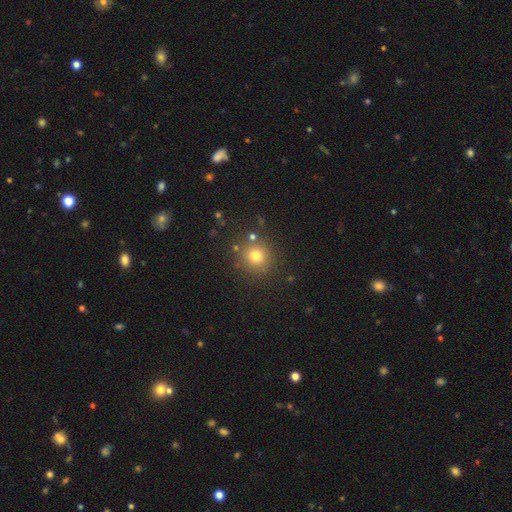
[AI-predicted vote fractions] A smooth galaxy with no disk features (76%) that is round (89%).

Vote fractions:
- Smooth or featured? smooth: 76% / star or artifact: 16% / featured or disk: 8%
- How rounded? round: 89% / in between: 10% / cigar-shaped: 1%
- Merging? none: 84% / minor disturbance: 8% / merger: 5% / major disturbance: 3%